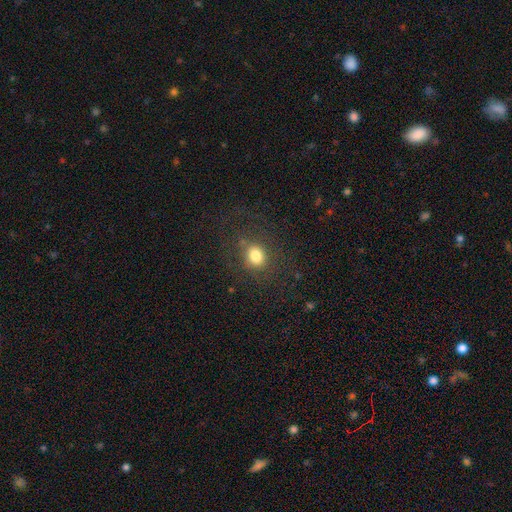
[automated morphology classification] A smooth galaxy with no disk features (76%) that is round (66%).

Vote fractions:
- Smooth or featured? smooth: 76% / star or artifact: 14% / featured or disk: 10%
- How rounded? round: 66% / in between: 32% / cigar-shaped: 1%
- Merging? none: 74% / minor disturbance: 14% / major disturbance: 9% / merger: 2%